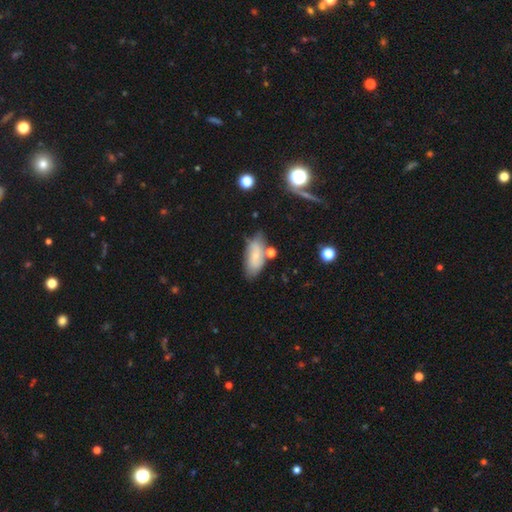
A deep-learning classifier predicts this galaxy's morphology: Smooth or featured: smooth — 66% (featured or disk — 27%)
How rounded: in between — 86% (cigar-shaped — 11%)
Merging: none — 61% (minor disturbance — 23%)